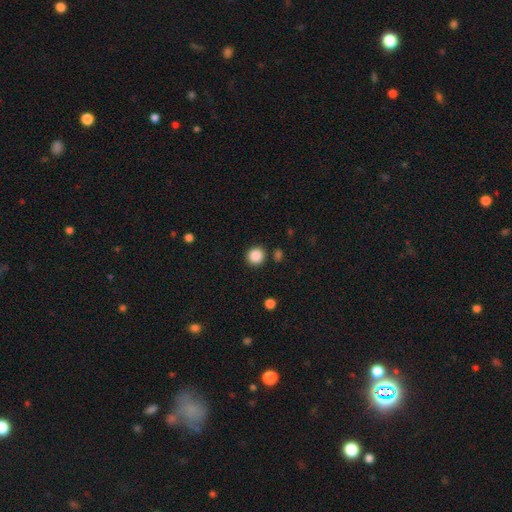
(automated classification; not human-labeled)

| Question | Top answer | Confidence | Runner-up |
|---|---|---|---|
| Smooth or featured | smooth | 87% | star or artifact (10%) |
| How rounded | round | 93% | in between (6%) |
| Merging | none | 88% | minor disturbance (6%) |